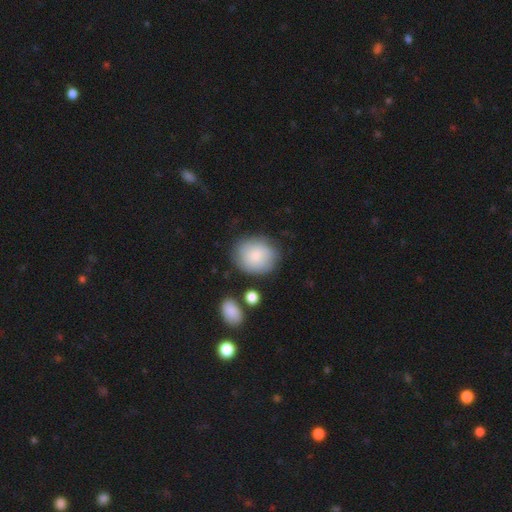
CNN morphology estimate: Overall: smooth (77%). How rounded: round (71%). Merging: none (74%).